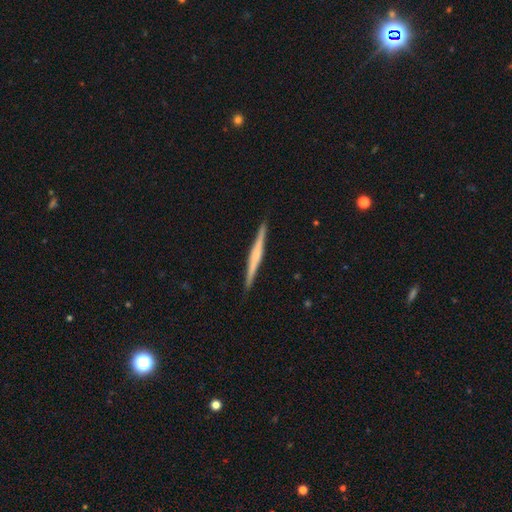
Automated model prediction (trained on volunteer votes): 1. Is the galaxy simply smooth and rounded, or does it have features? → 70% featured or disk, 25% smooth, 5% star or artifact.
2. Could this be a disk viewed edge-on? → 98% yes, 2% no.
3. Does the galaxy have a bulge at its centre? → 53% rounded, 29% none, 17% boxy.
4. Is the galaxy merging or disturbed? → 92% none, 6% minor disturbance, 1% major disturbance, 1% merger.